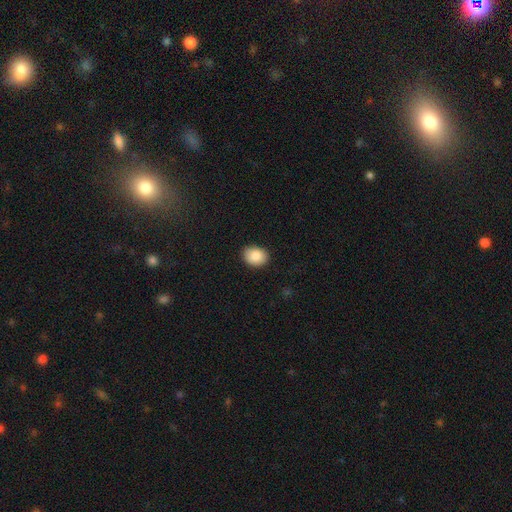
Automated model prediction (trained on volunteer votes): Smooth or featured? smooth (86%)
How rounded? in between (62%)
Merging? none (88%)